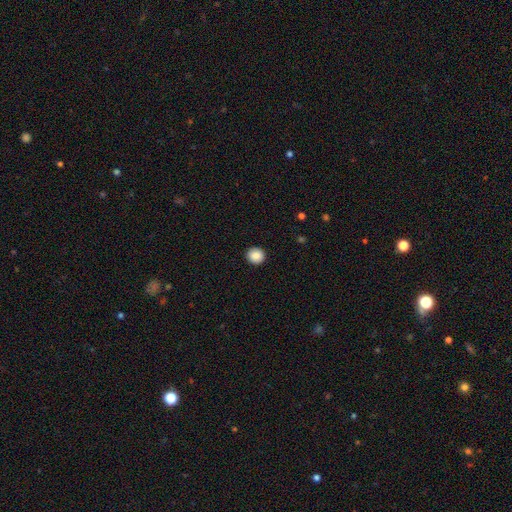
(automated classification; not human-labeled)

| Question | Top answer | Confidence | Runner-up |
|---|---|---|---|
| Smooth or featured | smooth | 88% | star or artifact (8%) |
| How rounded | round | 91% | in between (8%) |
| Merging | none | 93% | minor disturbance (5%) |